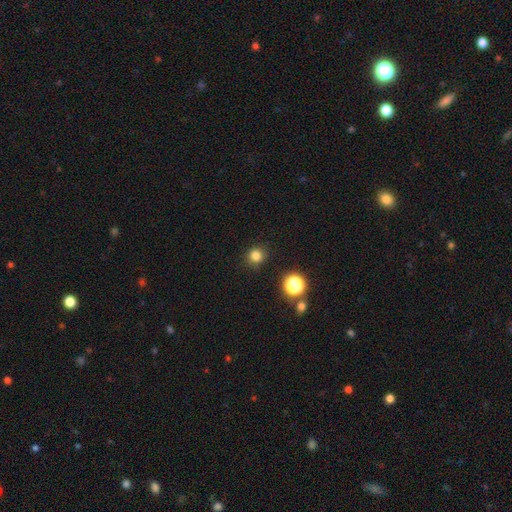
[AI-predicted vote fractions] A smooth galaxy with no disk features (81%) that is round (91%). Merging: none (90%).